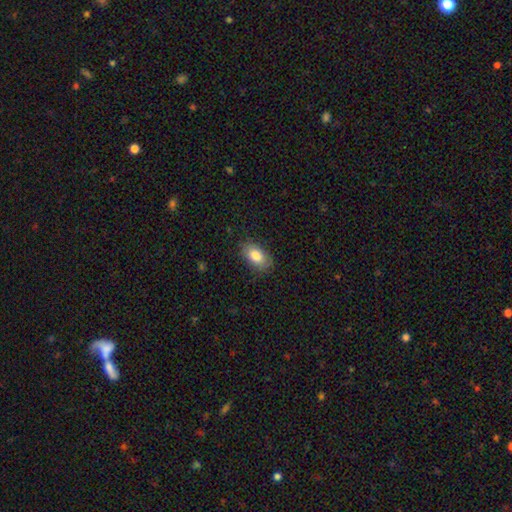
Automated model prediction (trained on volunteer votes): Smooth or featured: smooth — 82% (featured or disk — 10%)
How rounded: in between — 90% (round — 8%)
Merging: none — 83% (minor disturbance — 13%)